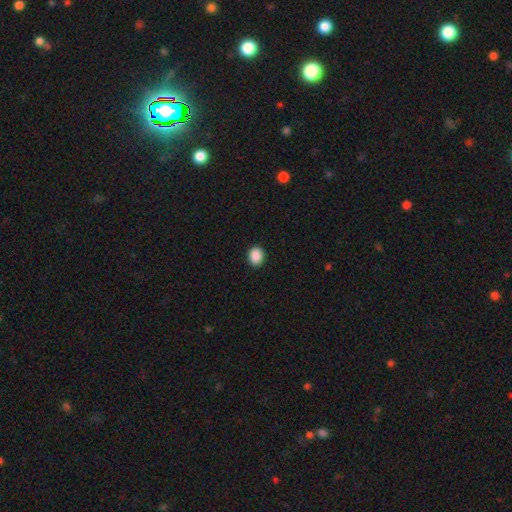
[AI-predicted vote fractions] Smooth or featured? smooth (89%)
How rounded? round (55%)
Merging? none (91%)